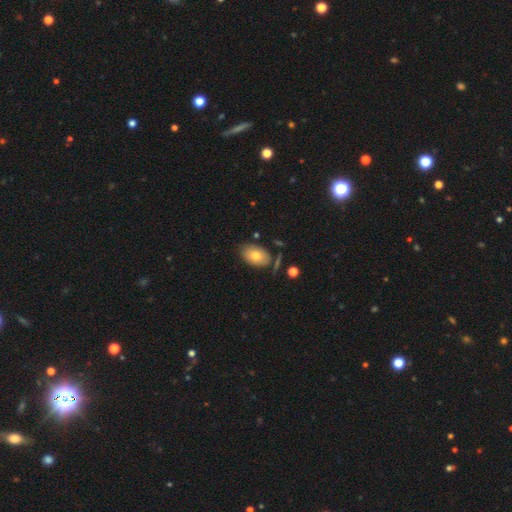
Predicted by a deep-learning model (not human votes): Overall: smooth (77%). How rounded: in between (89%). Merging: none (73%).